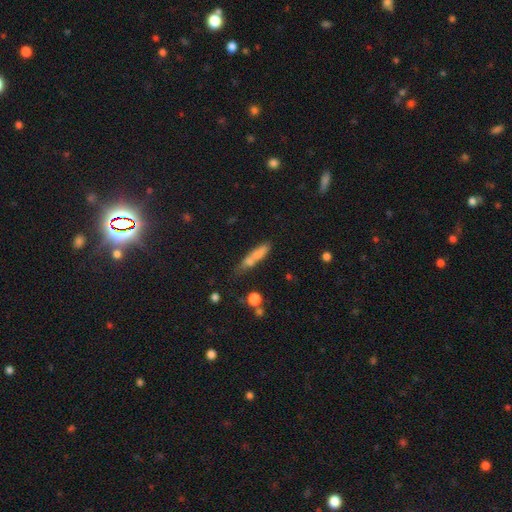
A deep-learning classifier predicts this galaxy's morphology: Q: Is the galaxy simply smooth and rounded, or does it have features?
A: smooth — 69%.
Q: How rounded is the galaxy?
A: cigar-shaped — 75%.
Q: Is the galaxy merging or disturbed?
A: none — 49%.